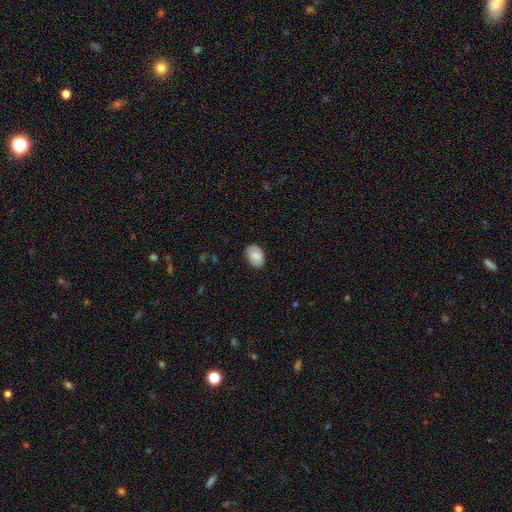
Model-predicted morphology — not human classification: Q: Smooth or featured?
A: smooth (84%); runner-up: featured or disk (9%)
Q: How rounded?
A: in between (86%); runner-up: round (13%)
Q: Merging?
A: none (81%); runner-up: minor disturbance (15%)